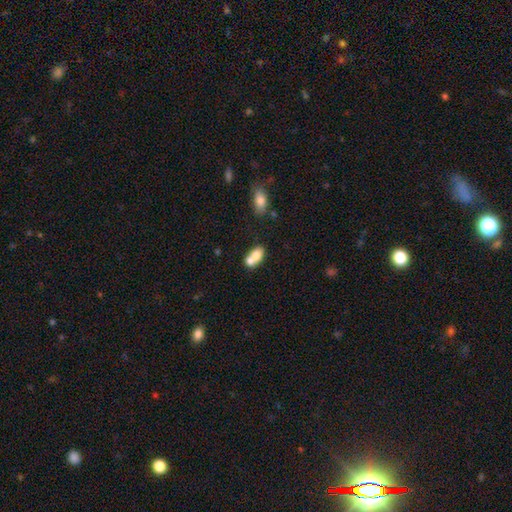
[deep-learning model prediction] This is likely a smooth galaxy (72%). How rounded: likely in between (74%). Merging: likely merger (64%).